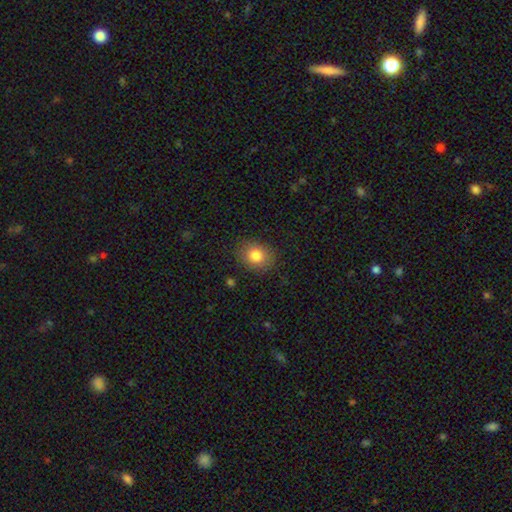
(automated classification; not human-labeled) Overall: smooth (82%). How rounded: round (51%; in between 48%). Merging: none (86%).